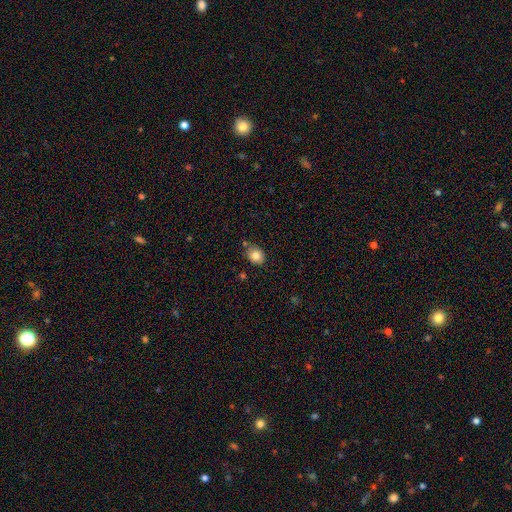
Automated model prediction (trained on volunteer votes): This is clearly a smooth galaxy (82%). How rounded: likely round (62%). Merging: likely none (76%).